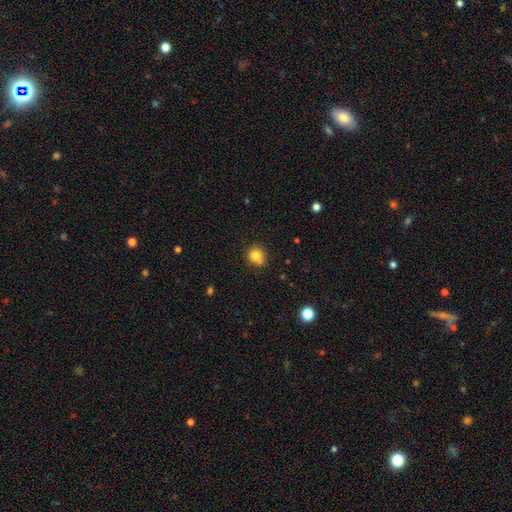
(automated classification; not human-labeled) Smooth or featured: smooth — 82% (star or artifact — 11%)
How rounded: round — 82% (in between — 17%)
Merging: none — 69% (minor disturbance — 20%)